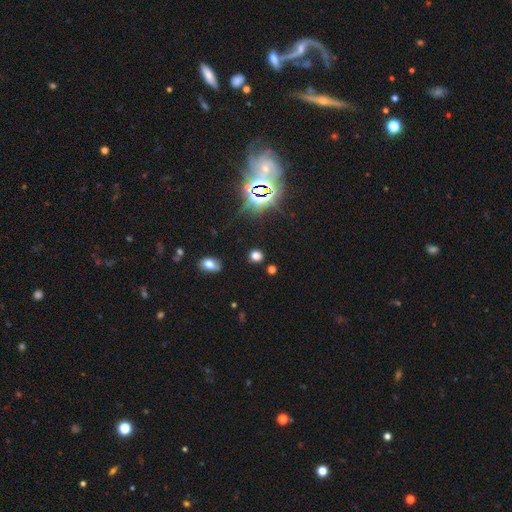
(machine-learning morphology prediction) smooth 63%, star or artifact 30%, featured or disk 7%. Down the decision tree: how rounded — round (71%); merging — none (85%).